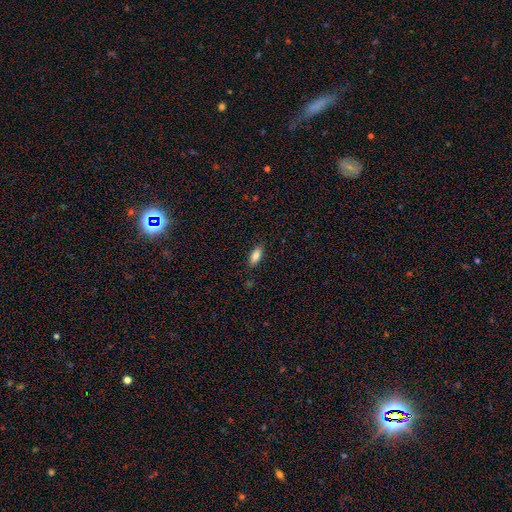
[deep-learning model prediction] smooth 85%, star or artifact 8%, featured or disk 8%. Down the decision tree: how rounded — in between (81%); merging — none (86%).